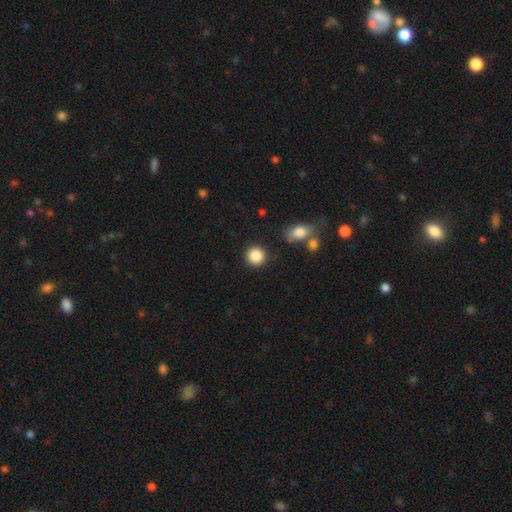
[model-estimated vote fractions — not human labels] Overall: smooth (88%). How rounded: round (92%). Merging: none (88%).